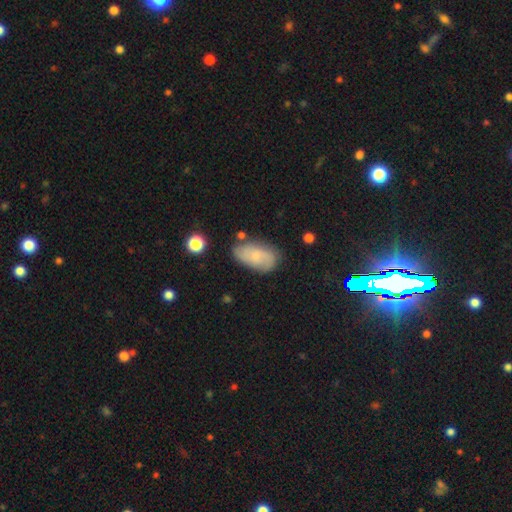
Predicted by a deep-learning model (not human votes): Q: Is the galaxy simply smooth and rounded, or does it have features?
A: smooth — 63%.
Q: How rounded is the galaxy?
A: in between — 92%.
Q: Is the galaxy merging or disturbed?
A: none — 66%.